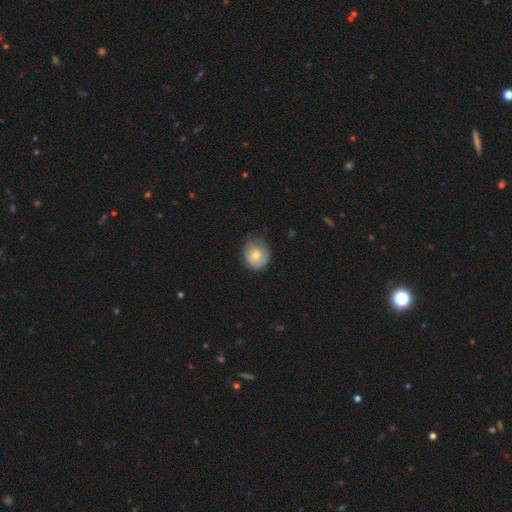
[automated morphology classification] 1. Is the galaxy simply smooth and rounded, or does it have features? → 71% smooth, 22% featured or disk, 7% star or artifact.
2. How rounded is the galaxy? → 74% round, 25% in between, 1% cigar-shaped.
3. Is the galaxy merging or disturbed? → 66% none, 26% minor disturbance, 7% major disturbance, 1% merger.